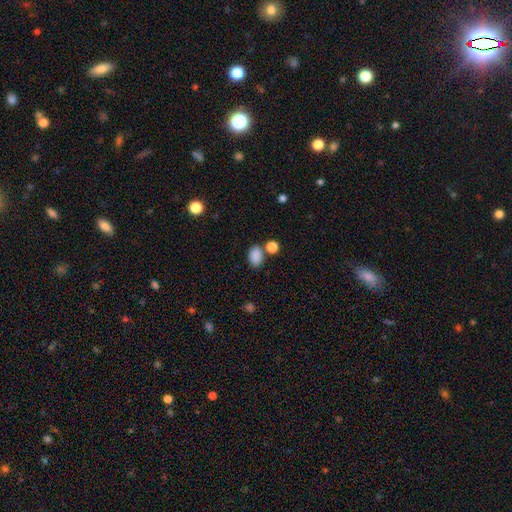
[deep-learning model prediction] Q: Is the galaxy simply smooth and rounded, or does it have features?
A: smooth — 86%.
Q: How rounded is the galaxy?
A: in between — 81%.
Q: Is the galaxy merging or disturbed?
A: none — 73%.